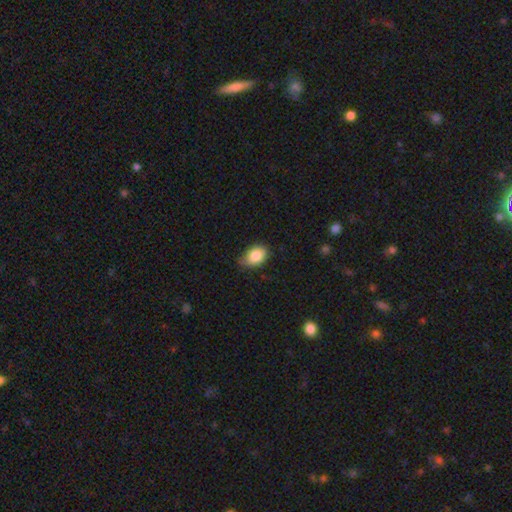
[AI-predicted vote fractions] Overall: smooth (86%). How rounded: in between (80%). Merging: none (60%; minor disturbance 33%).